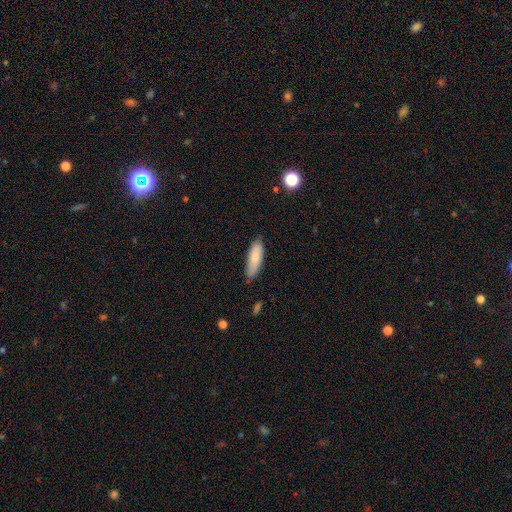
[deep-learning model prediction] A smooth galaxy with no disk features (83%) that is in between round and cigar-shaped (56%). Merging: none (75%).